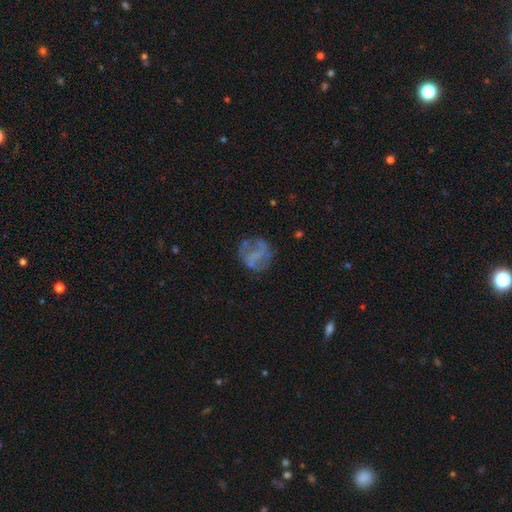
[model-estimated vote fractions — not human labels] Smooth or featured: featured or disk — 52% (smooth — 35%)
Edge-on disk: no — 97% (yes — 3%)
Bar: no — 59% (weak — 26%)
Spiral arms: no — 60% (yes — 40%)
Bulge size: none — 71% (small — 15%)
Merging: none — 60% (minor disturbance — 19%)